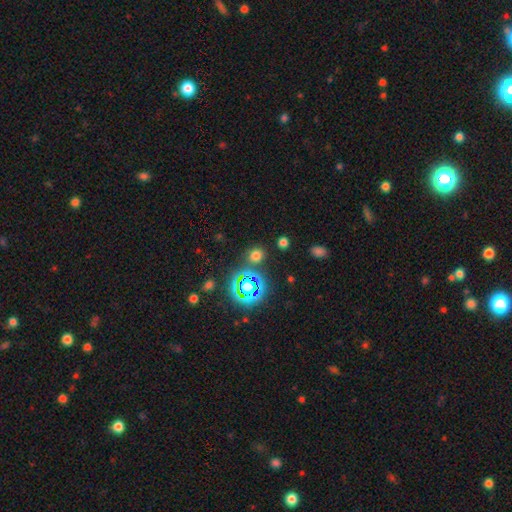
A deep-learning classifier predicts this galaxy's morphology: Smooth or featured? smooth (64%)
How rounded? round (81%)
Merging? none (83%)